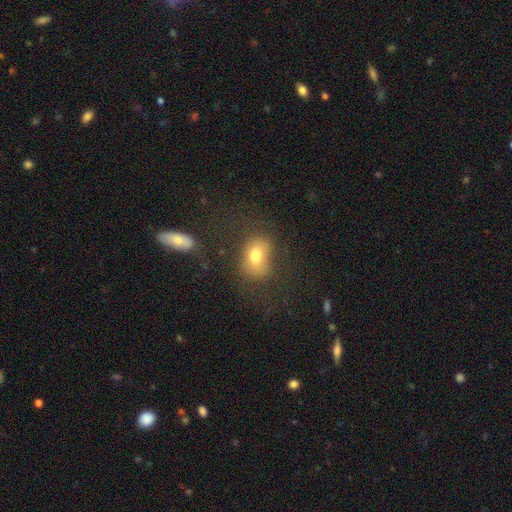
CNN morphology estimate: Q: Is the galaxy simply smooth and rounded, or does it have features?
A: smooth — 75%.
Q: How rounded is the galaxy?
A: in between — 66%.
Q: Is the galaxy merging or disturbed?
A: none — 61%.